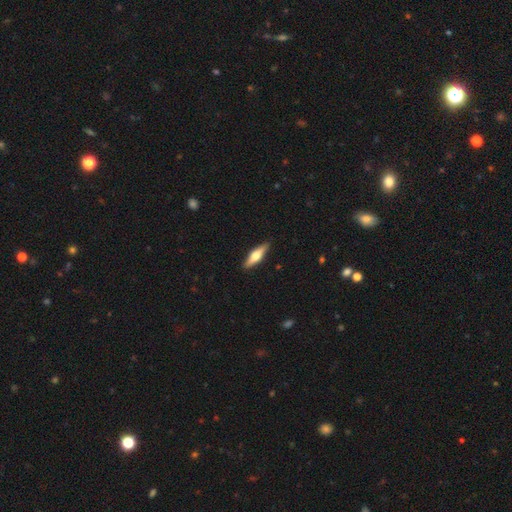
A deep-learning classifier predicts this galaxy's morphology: Smooth or featured: featured or disk — 56% (smooth — 39%)
Edge-on disk: yes — 95% (no — 5%)
Edge-on bulge: rounded — 93% (boxy — 5%)
Merging: none — 89% (minor disturbance — 8%)